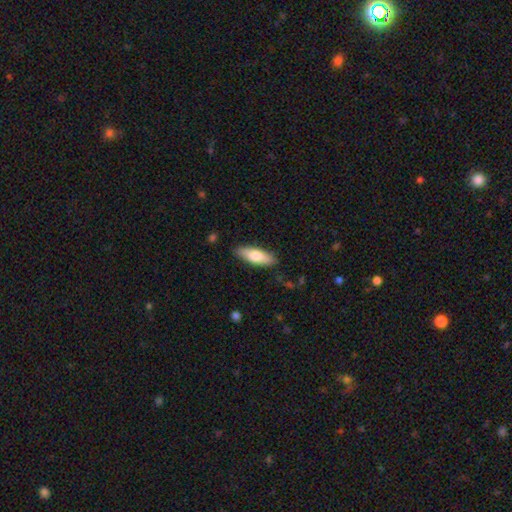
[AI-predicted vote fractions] Smooth or featured? Predicted: smooth (p=0.75). How rounded? Predicted: in between (p=0.57). Merging? Predicted: none (p=0.86).